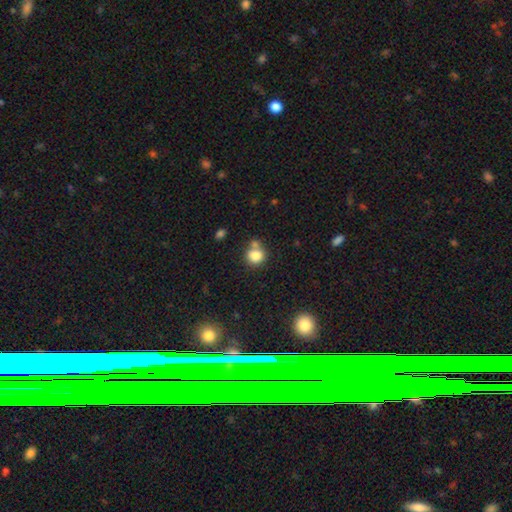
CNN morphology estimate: Smooth or featured? Predicted: smooth (p=0.82). How rounded? Predicted: round (p=0.80). Merging? Predicted: none (p=0.55).